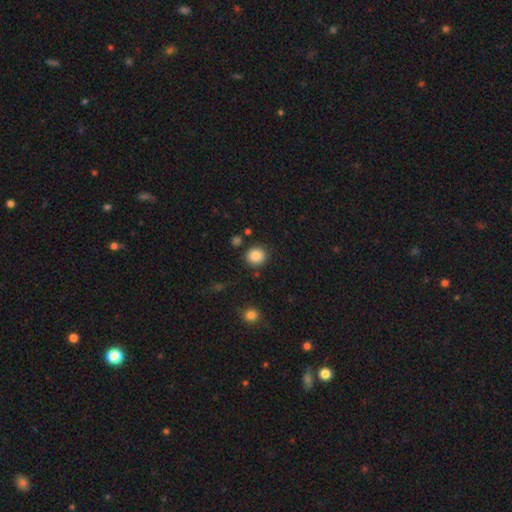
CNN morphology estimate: Smooth or featured? smooth (88%)
How rounded? round (86%)
Merging? none (87%)